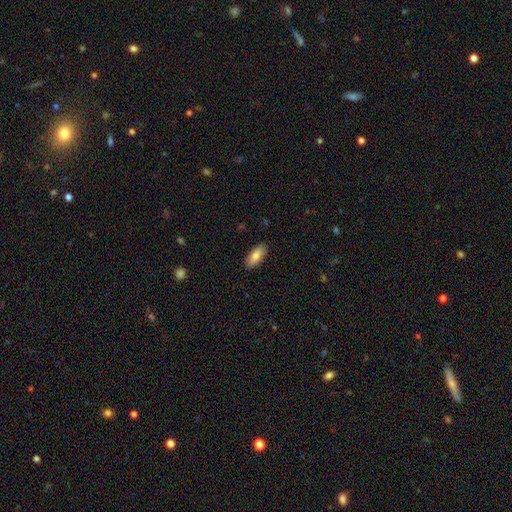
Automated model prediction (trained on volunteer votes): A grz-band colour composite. It shows a smooth galaxy with no disk features (82%) that is in between round and cigar-shaped (80%). Merging: none (89%).